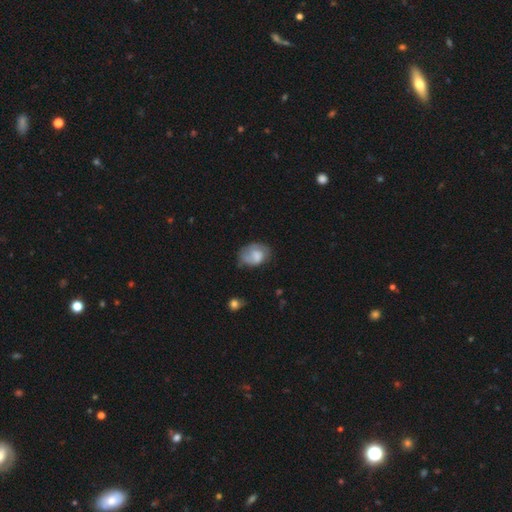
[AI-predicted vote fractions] A smooth galaxy with no disk features (61%) that is in between round and cigar-shaped (72%).

Vote fractions:
- Smooth or featured? smooth: 61% / featured or disk: 31% / star or artifact: 8%
- How rounded? in between: 72% / round: 27% / cigar-shaped: 1%
- Merging? none: 48% / minor disturbance: 34% / major disturbance: 15% / merger: 3%